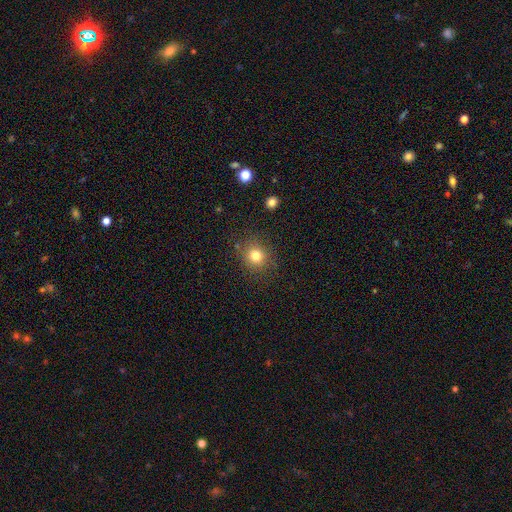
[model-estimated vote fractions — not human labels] Morphology: type=smooth (79%); roundness=round (86%); merging=none (85%).